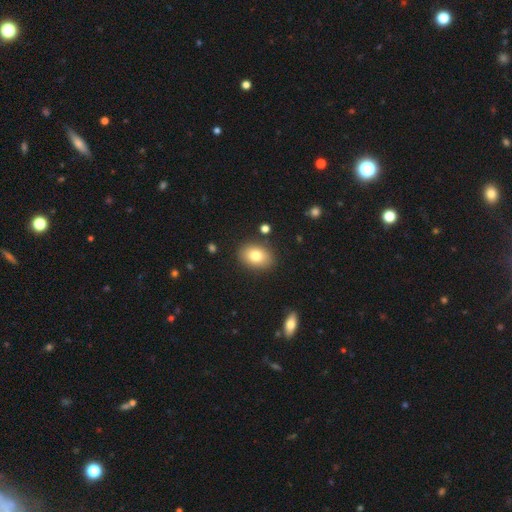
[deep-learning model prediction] smooth-or-featured: smooth: 79% | featured or disk: 12% | star or artifact: 9%
  how-rounded: in between: 74% | round: 25% | cigar-shaped: 1%
  merging: none: 86% | minor disturbance: 9% | major disturbance: 3% | merger: 2%